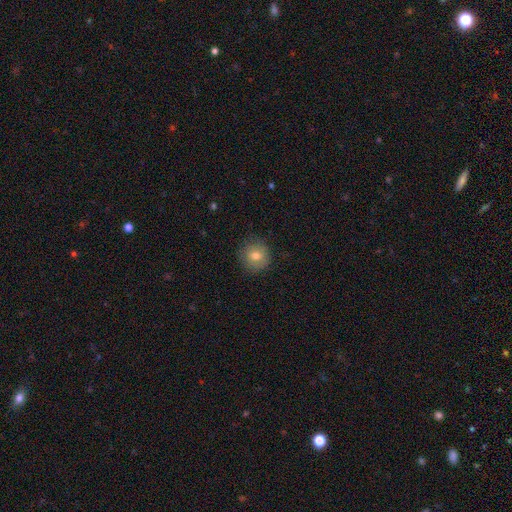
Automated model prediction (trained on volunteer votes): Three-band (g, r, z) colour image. It shows a smooth galaxy with no disk features (76%) that is round (93%). Merging: none (87%).